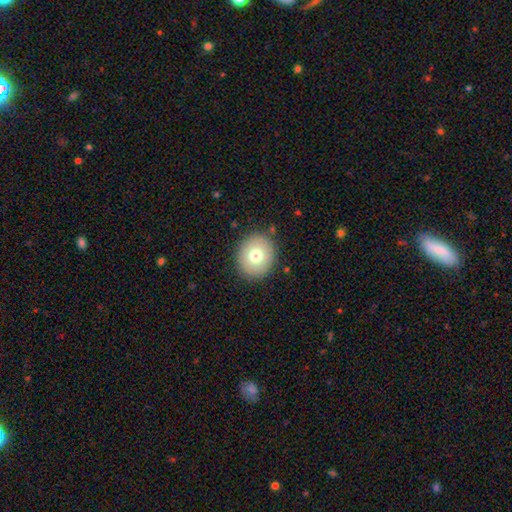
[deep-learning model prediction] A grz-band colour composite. It shows a smooth galaxy with no disk features (75%) that is round (74%). Merging: none (88%).